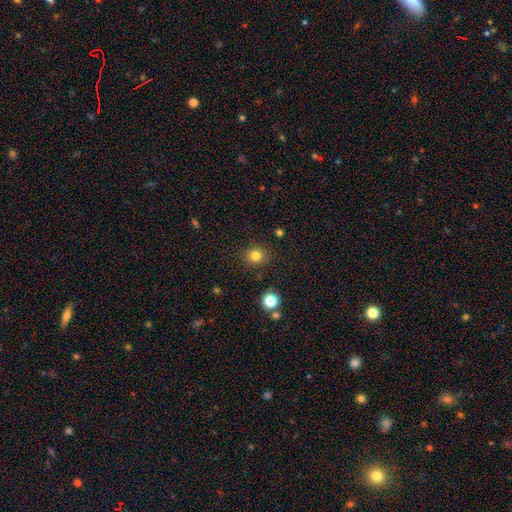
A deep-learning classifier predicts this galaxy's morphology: Smooth or featured: smooth — 81% (star or artifact — 14%)
How rounded: round — 86% (in between — 13%)
Merging: none — 88% (minor disturbance — 7%)